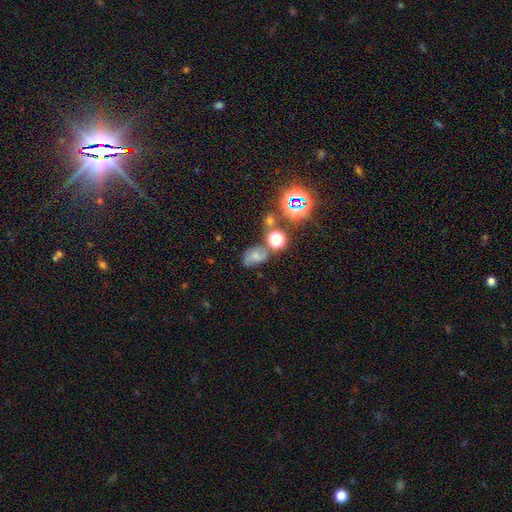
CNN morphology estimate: This appears to be a smooth galaxy with no disk features (47%). Merging: none (52%).